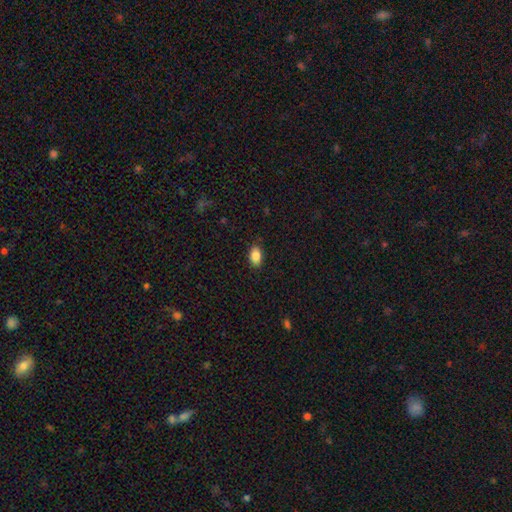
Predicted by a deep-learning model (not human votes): A smooth galaxy with no disk features (87%) that is in between round and cigar-shaped (89%). Merging: none (86%).